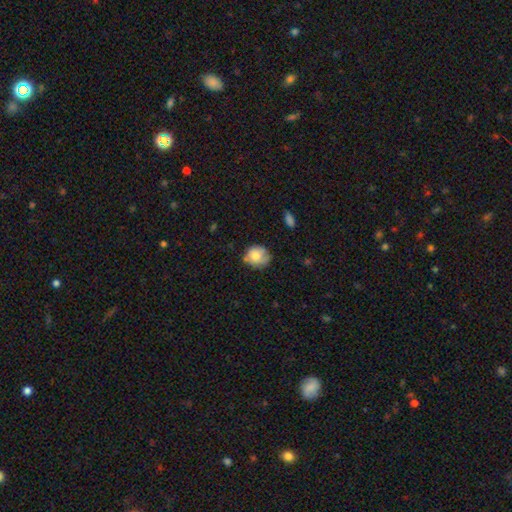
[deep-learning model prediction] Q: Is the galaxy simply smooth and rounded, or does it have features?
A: smooth — 77%.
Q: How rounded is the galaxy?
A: round — 78%.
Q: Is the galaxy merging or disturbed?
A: none — 63%.